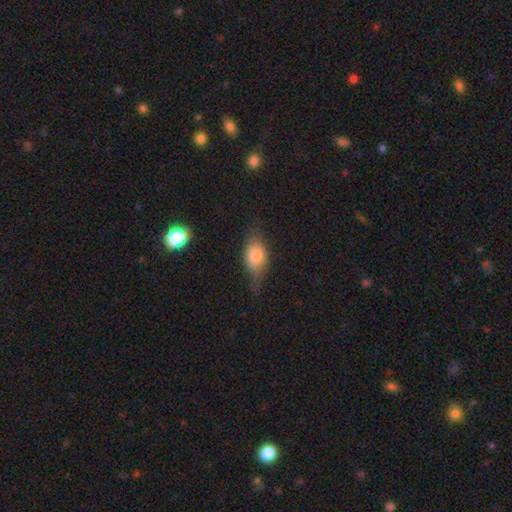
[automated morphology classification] type=smooth (68%); roundness=in between (80%); merging=none (55%).